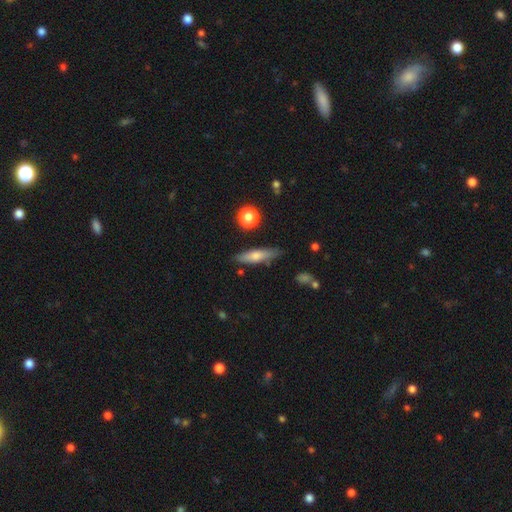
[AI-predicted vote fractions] smooth 61%, featured or disk 32%, star or artifact 8%. Down the decision tree: how rounded — cigar-shaped (71%); merging — none (81%).